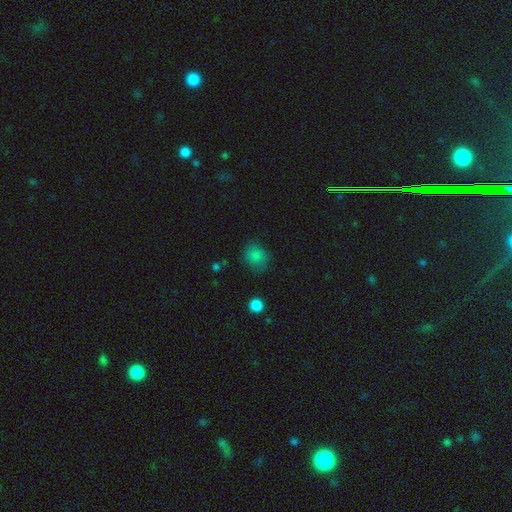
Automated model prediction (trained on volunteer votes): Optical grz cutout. It shows a smooth galaxy with no disk features (82%) that is round (76%). Merging: none (73%).